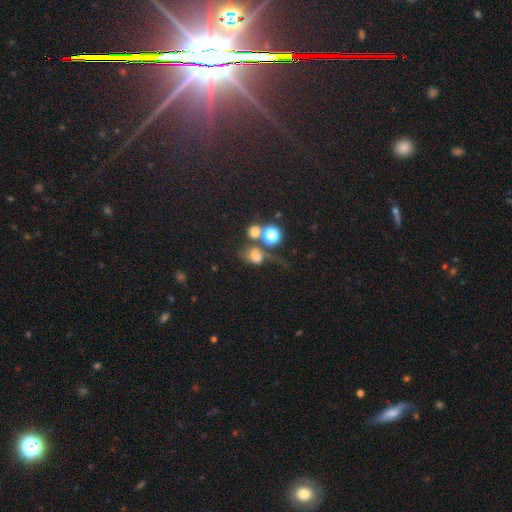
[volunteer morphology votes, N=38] type=smooth (58%); roundness=round (55%); merging=major disturbance (34%).